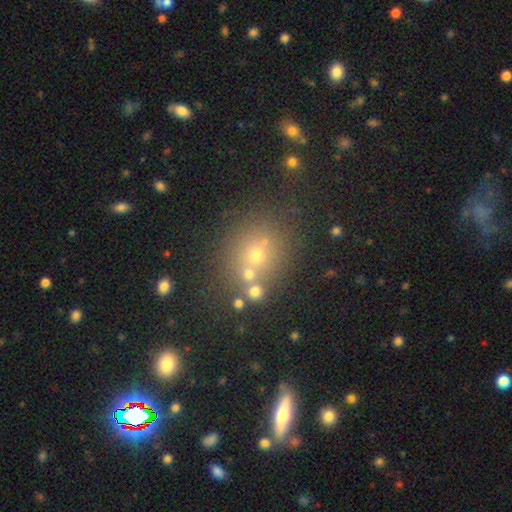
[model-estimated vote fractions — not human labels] Q: Smooth or featured?
A: smooth (52%); runner-up: star or artifact (31%)
Q: How rounded?
A: round (79%); runner-up: in between (20%)
Q: Merging?
A: none (66%); runner-up: merger (21%)